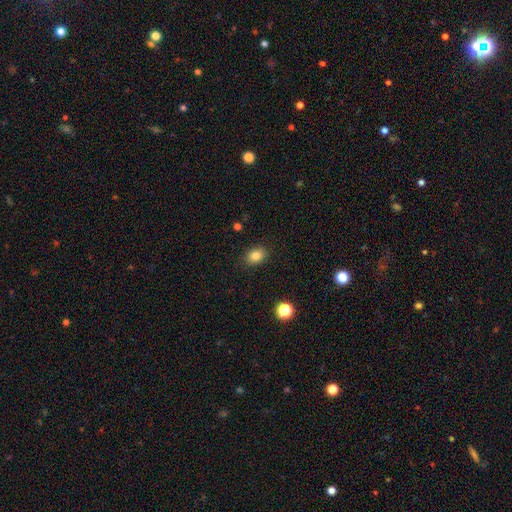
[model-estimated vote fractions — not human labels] Smooth or featured?
  - smooth: 83% *
  - star or artifact: 10%
  - featured or disk: 7%
How rounded?
  - in between: 69% *
  - round: 30%
  - cigar-shaped: 1%
Merging?
  - none: 87% *
  - minor disturbance: 9%
  - major disturbance: 2%
  - merger: 1%